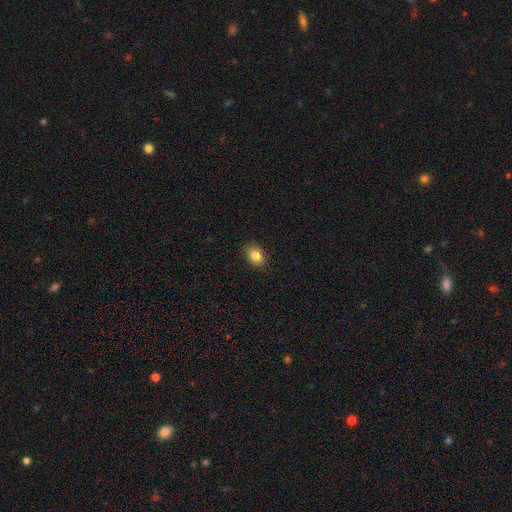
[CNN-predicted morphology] smooth 86%, star or artifact 9%, featured or disk 5%. Down the decision tree: how rounded — in between (71%); merging — none (88%).